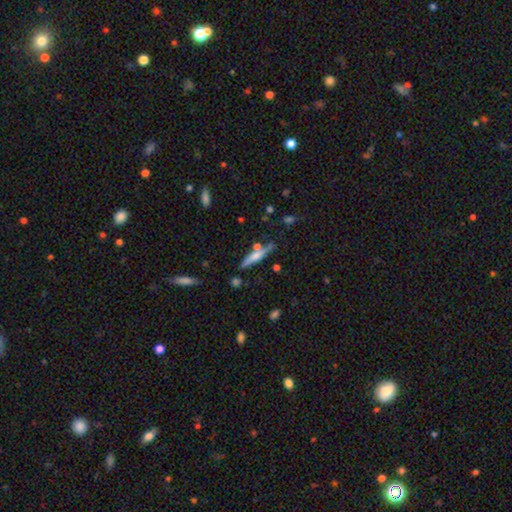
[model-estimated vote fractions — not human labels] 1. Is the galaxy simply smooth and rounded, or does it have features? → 47% smooth, 46% featured or disk, 7% star or artifact.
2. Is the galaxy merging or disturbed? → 70% none, 15% minor disturbance, 11% merger, 4% major disturbance.